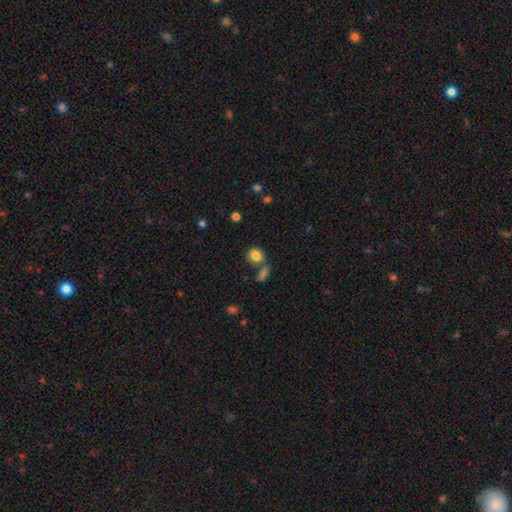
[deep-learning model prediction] A smooth galaxy with no disk features (83%) that is round (74%).

Vote fractions:
- Smooth or featured? smooth: 83% / star or artifact: 9% / featured or disk: 8%
- How rounded? round: 74% / in between: 24% / cigar-shaped: 1%
- Merging? none: 59% / merger: 23% / minor disturbance: 12% / major disturbance: 5%